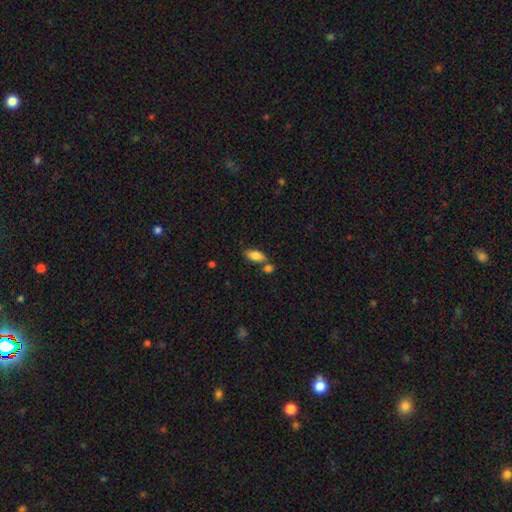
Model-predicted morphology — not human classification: This is clearly a smooth galaxy (82%). How rounded: clearly in between (86%). Merging: likely none (61%).